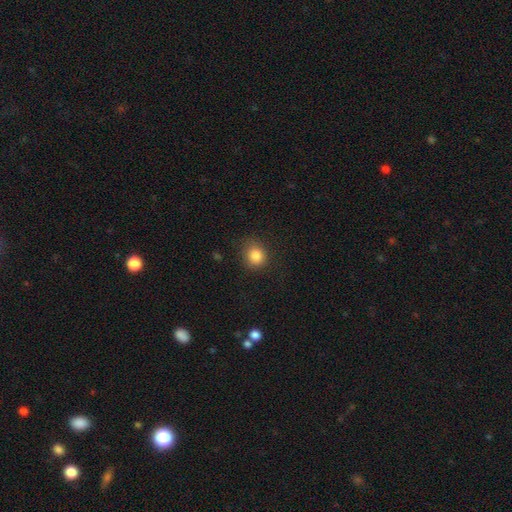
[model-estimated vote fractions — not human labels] Smooth or featured? smooth (85%)
How rounded? round (80%)
Merging? none (81%)